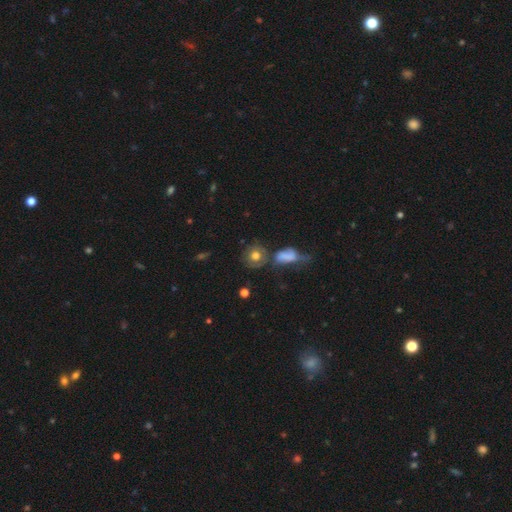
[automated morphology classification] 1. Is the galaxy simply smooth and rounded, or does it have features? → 64% smooth, 25% featured or disk, 11% star or artifact.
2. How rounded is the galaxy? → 78% round, 21% in between, 2% cigar-shaped.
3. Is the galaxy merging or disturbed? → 52% none, 18% merger, 18% minor disturbance, 13% major disturbance.